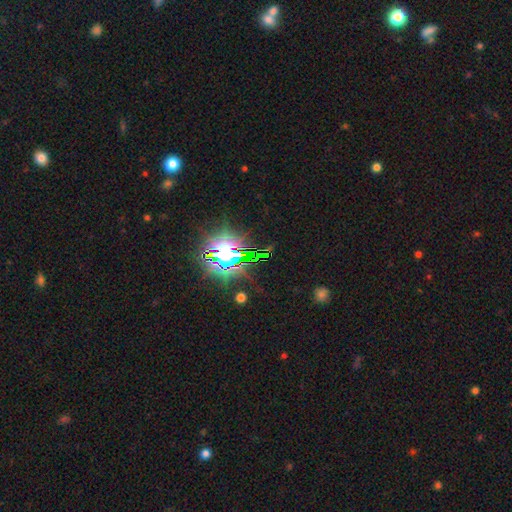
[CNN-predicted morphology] smooth-or-featured: star or artifact: 79% | smooth: 12% | featured or disk: 9%